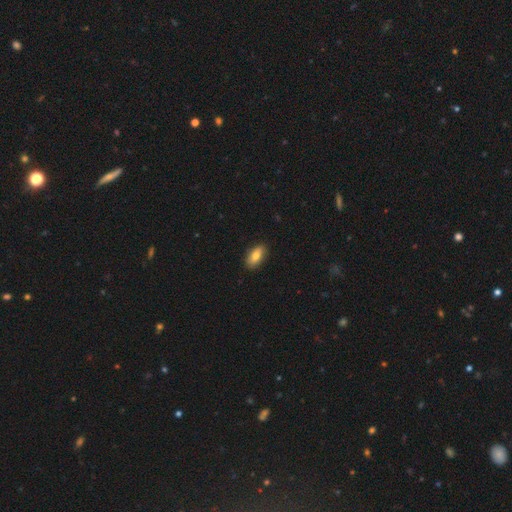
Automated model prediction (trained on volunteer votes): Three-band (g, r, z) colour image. It shows a smooth galaxy with no disk features (78%) that is in between round and cigar-shaped (88%). Merging: none (87%).